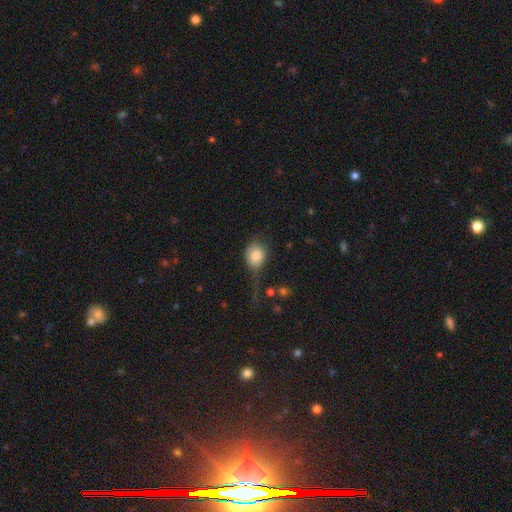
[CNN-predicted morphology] A smooth galaxy with no disk features (81%) that is round (57%). Merging: none (39%).